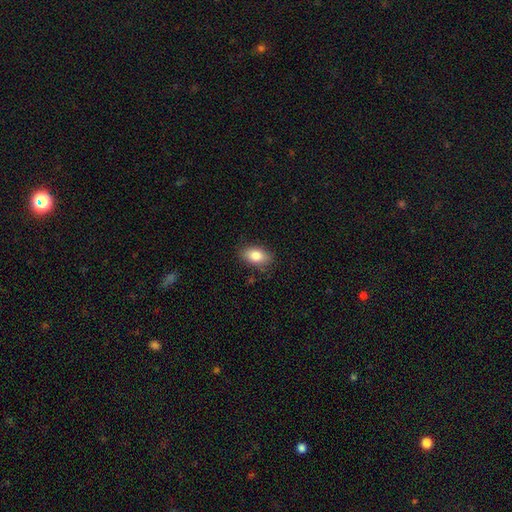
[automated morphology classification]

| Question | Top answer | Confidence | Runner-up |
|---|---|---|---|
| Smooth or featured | smooth | 83% | featured or disk (9%) |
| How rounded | in between | 89% | round (7%) |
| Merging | none | 85% | minor disturbance (12%) |